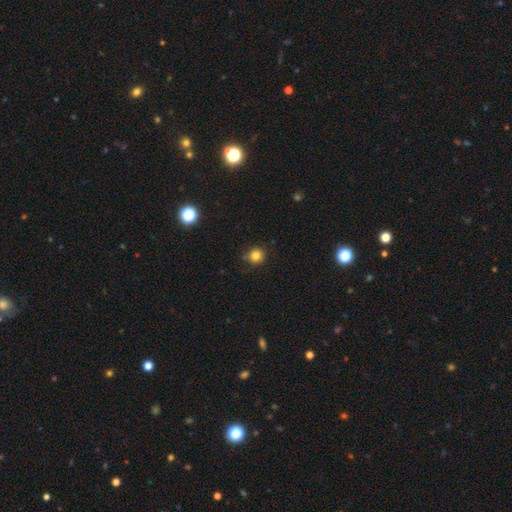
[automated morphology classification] A smooth galaxy with no disk features (82%) that is round (93%). Merging: none (82%).